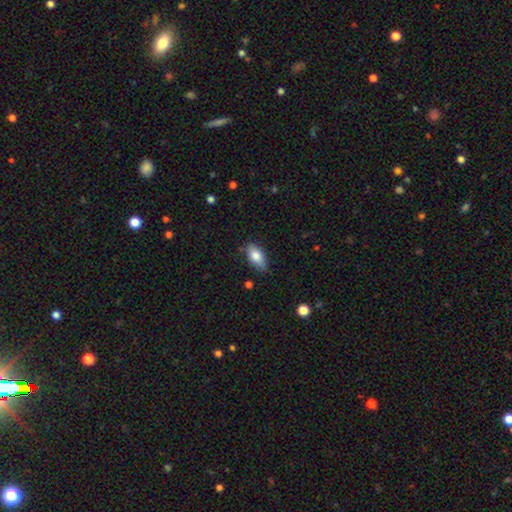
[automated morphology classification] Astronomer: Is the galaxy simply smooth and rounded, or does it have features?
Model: smooth — 82%.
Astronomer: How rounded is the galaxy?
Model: in between — 90%.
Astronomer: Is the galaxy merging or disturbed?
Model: none — 78%.